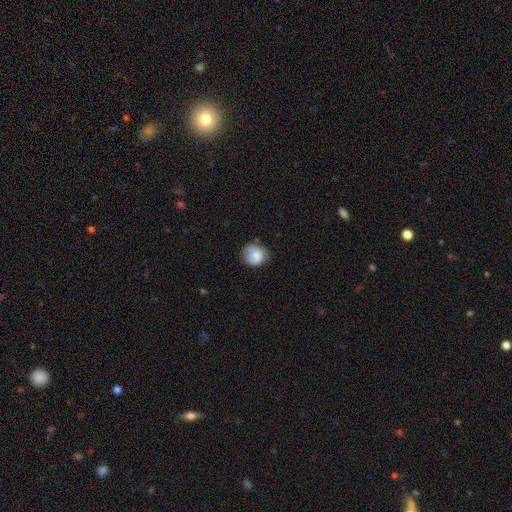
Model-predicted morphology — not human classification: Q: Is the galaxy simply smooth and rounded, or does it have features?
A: smooth — 80%.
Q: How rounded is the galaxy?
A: round — 80%.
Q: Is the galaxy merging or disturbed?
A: none — 59%.